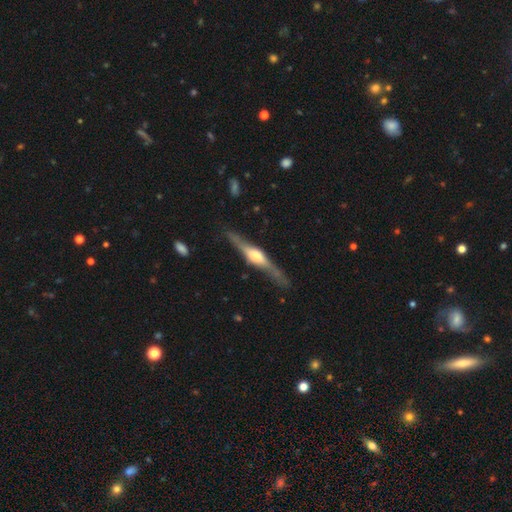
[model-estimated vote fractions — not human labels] smooth-or-featured: featured or disk: 80% | smooth: 15% | star or artifact: 5%
  disk-edge-on: yes: 96% | no: 4%
    edge-on-bulge: rounded: 84% | boxy: 13% | none: 3%
  merging: none: 86% | minor disturbance: 10% | major disturbance: 3% | merger: 1%